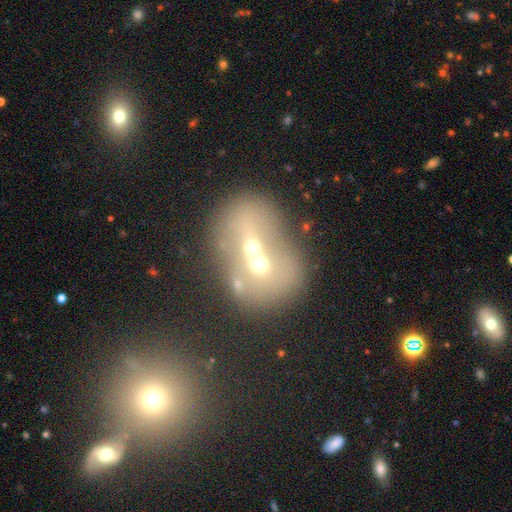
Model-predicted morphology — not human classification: This is possibly a smooth galaxy (45%). Merging: likely merger (72%).